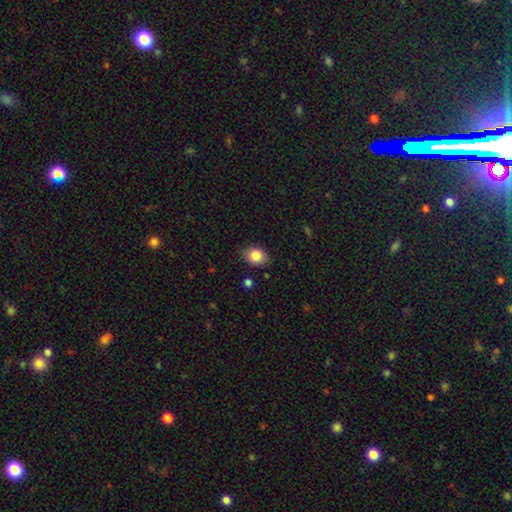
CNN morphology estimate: The model was most divided on "how rounded": in between: 55%, round: 44%, cigar-shaped: 1%. More confident: smooth or featured — smooth (85%); merging — none (83%).